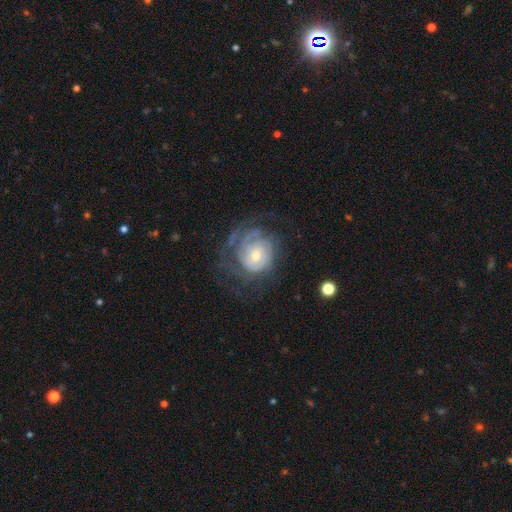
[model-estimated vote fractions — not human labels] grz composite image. It shows a featured or disk galaxy (79%) with no bar (70%), tight (66%) spiral arms (89%) and a small central bulge (53%). Merging: none (55%).